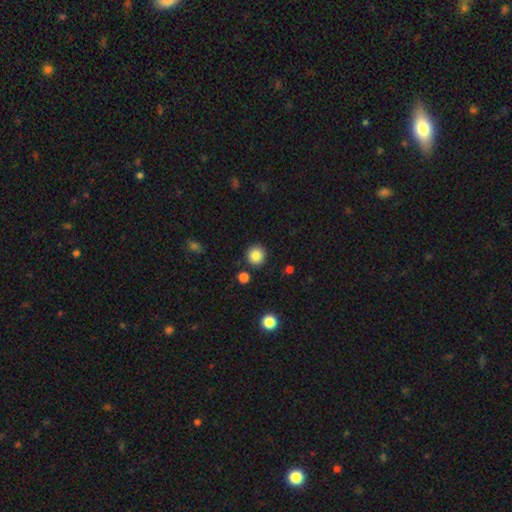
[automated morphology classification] This is clearly a smooth galaxy (86%). How rounded: clearly round (94%). Merging: clearly none (90%).